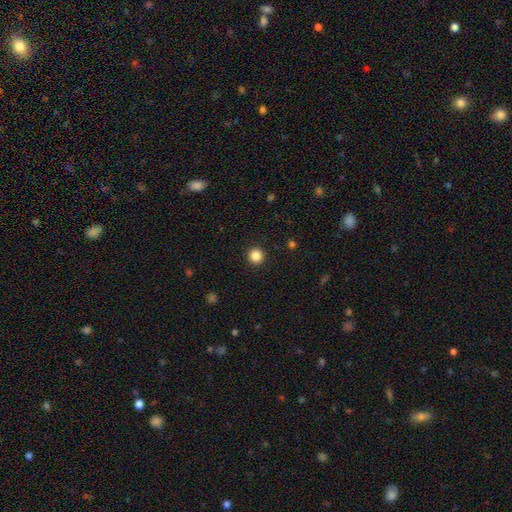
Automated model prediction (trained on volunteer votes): Overall: smooth (85%). How rounded: round (95%). Merging: none (93%).